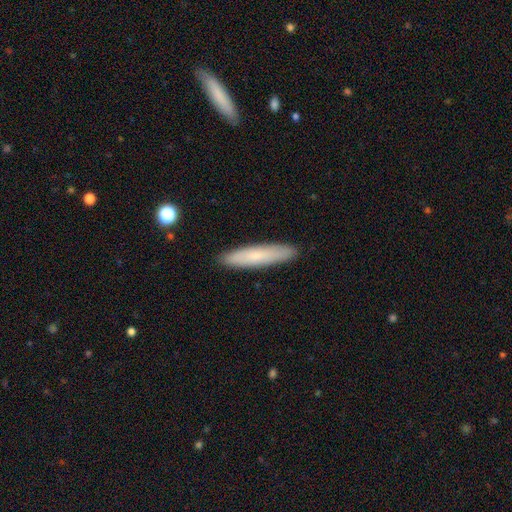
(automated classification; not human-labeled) The model was most divided on "smooth or featured": smooth: 69%, featured or disk: 24%, star or artifact: 6%. More confident: merging — none (90%); how rounded — cigar-shaped (86%).